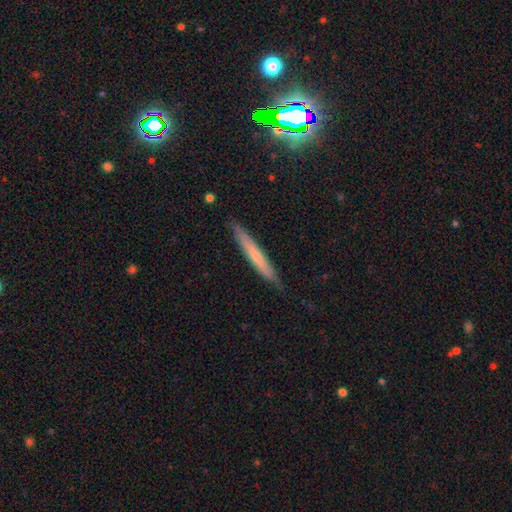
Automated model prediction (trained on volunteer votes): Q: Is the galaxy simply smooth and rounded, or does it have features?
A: smooth — 53%.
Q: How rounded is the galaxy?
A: cigar-shaped — 96%.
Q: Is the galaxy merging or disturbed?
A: none — 86%.